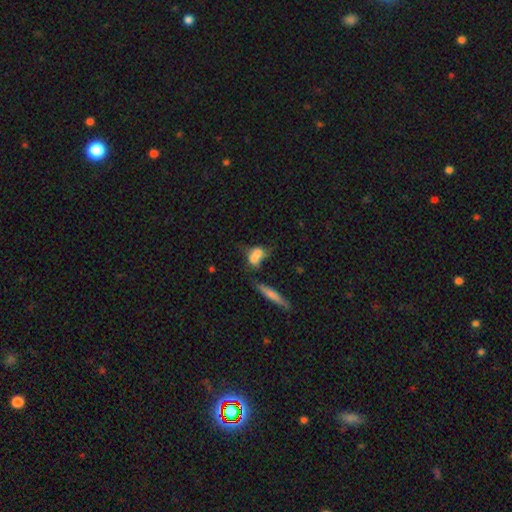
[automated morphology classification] This appears to be a smooth galaxy with no disk features (65%) that is in between round and cigar-shaped (65%). Merging: merger (50%).